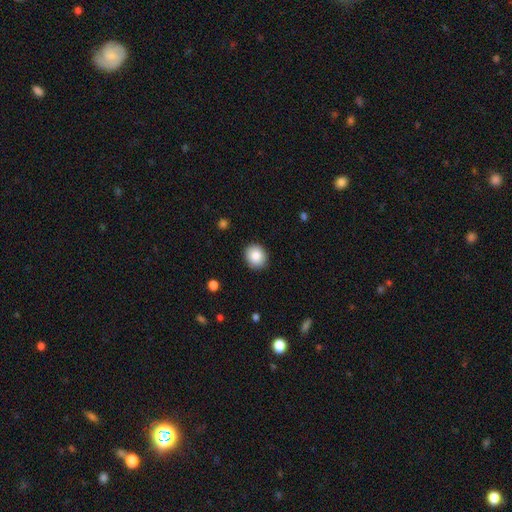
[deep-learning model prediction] Smooth or featured? Predicted: smooth (p=0.85). How rounded? Predicted: round (p=0.72). Merging? Predicted: none (p=0.90).